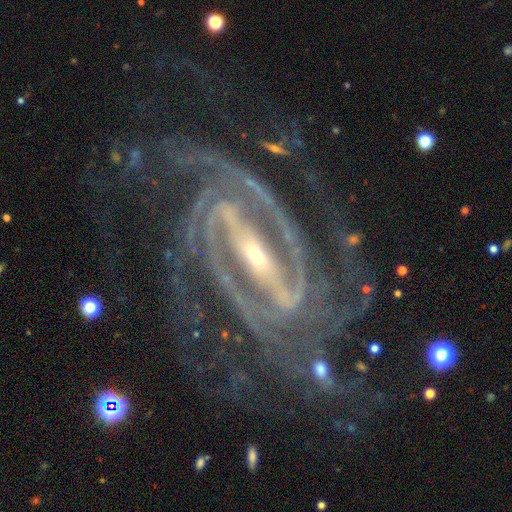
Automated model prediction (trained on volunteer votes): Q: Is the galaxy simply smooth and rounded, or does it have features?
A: featured or disk — 92%.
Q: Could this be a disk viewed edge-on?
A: no — 95%.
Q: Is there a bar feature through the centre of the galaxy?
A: strong — 81%.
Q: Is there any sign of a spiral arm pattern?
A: yes — 99%.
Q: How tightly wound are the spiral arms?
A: tight — 61%.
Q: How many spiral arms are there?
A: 2 — 24%.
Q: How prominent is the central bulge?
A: small — 70%.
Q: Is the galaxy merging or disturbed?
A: none — 62%.